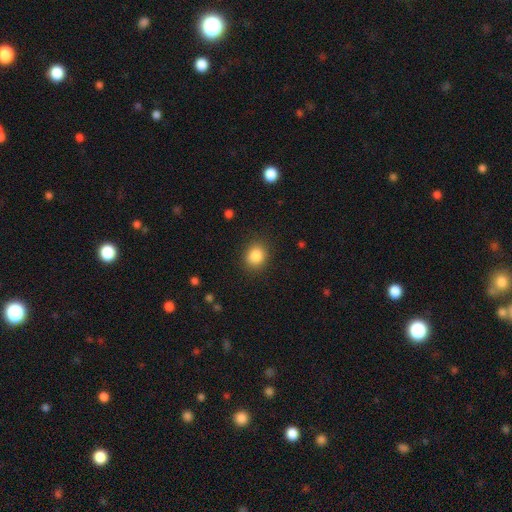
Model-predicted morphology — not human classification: smooth 86%, star or artifact 10%, featured or disk 5%. Down the decision tree: how rounded — round (72%); merging — none (87%).